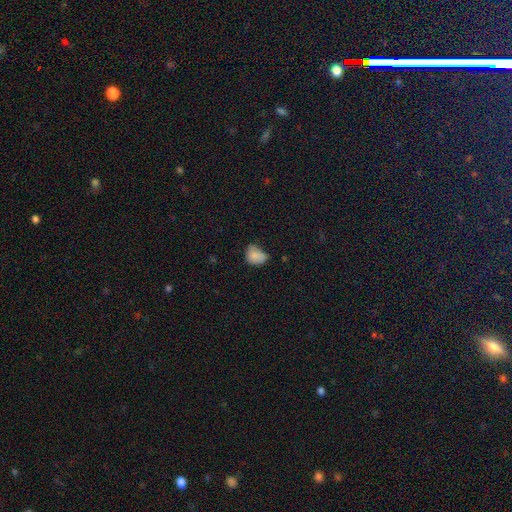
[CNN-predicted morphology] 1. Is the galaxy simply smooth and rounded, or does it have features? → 80% smooth, 10% star or artifact, 10% featured or disk.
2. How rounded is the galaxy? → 59% in between, 40% round, 1% cigar-shaped.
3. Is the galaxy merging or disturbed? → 44% minor disturbance, 35% none, 15% major disturbance, 6% merger.